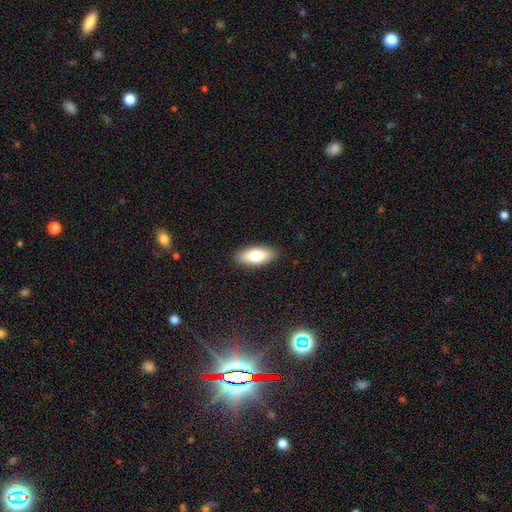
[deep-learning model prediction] Smooth or featured? smooth (77%)
How rounded? in between (83%)
Merging? none (90%)